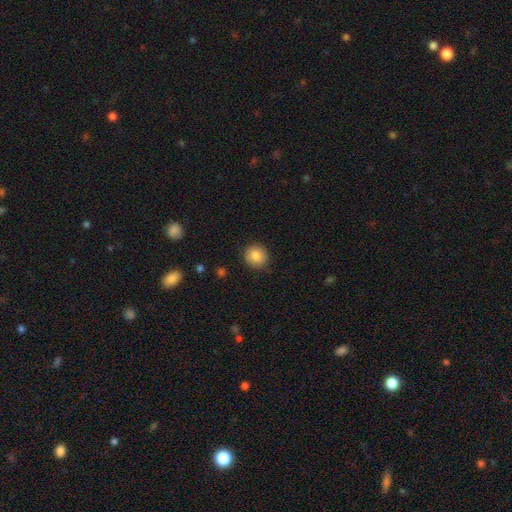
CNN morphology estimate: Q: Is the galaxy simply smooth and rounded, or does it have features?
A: smooth — 85%.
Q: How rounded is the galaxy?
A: round — 89%.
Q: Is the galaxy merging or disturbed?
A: none — 87%.